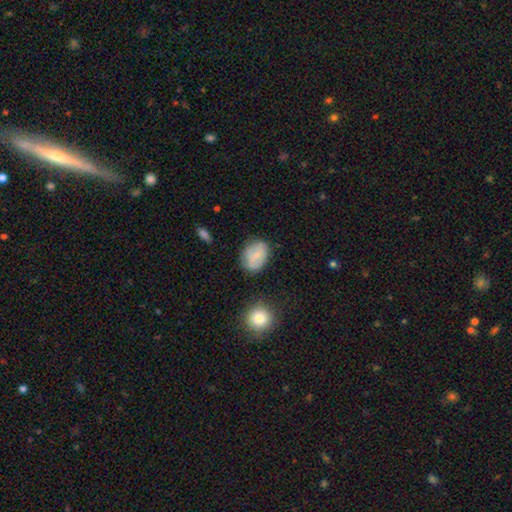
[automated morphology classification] smooth_or_featured: smooth (p=0.68) [alt: featured or disk p=0.24]
how_rounded: in between (p=0.71) [alt: round p=0.28]
merging: none (p=0.73) [alt: minor disturbance p=0.19]